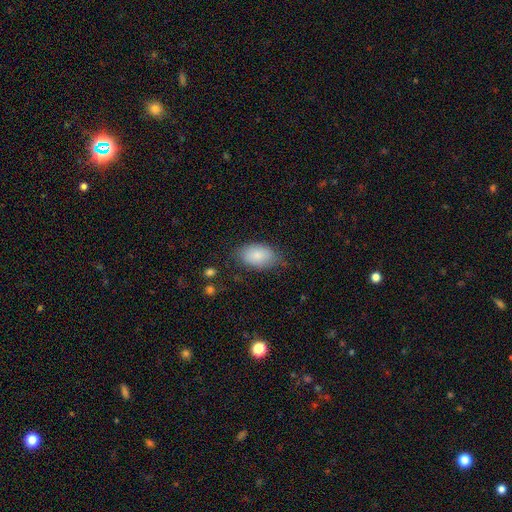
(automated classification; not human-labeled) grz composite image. It shows a smooth galaxy with no disk features (83%) that is in between round and cigar-shaped (92%). Merging: none (71%).